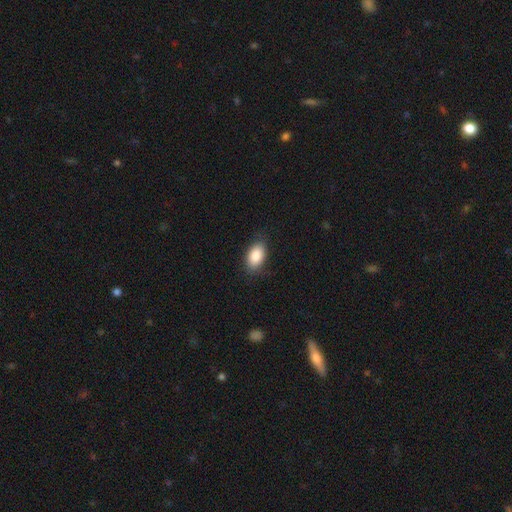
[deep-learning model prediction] The model was most divided on "merging": none: 82%, minor disturbance: 14%, major disturbance: 3%, merger: 1%. More confident: how rounded — in between (92%); smooth or featured — smooth (88%).